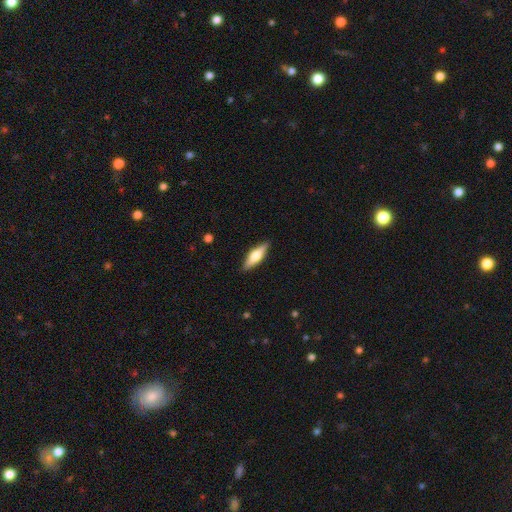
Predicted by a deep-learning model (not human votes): This appears to be a smooth galaxy with no disk features (52%) that is cigar-shaped (53%). Merging: none (89%).